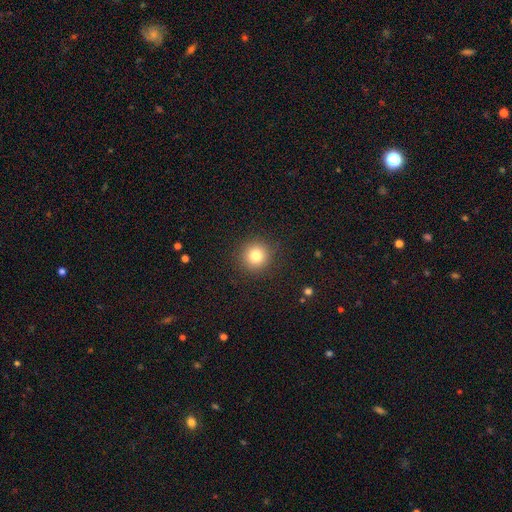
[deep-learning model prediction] The model was most divided on "smooth or featured": smooth: 80%, star or artifact: 12%, featured or disk: 8%. More confident: how rounded — round (94%); merging — none (91%).